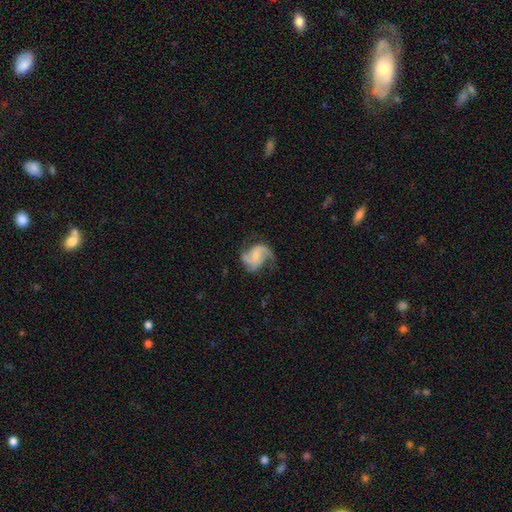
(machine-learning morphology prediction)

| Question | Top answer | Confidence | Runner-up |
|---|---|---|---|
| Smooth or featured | featured or disk | 78% | smooth (15%) |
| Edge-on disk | no | 98% | yes (2%) |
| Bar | no | 51% | weak (39%) |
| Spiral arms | yes | 94% | no (6%) |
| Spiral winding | medium | 45% | loose (41%) |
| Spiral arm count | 2 | 56% | 3 (22%) |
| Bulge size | small | 52% | moderate (28%) |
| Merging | none | 54% | minor disturbance (22%) |